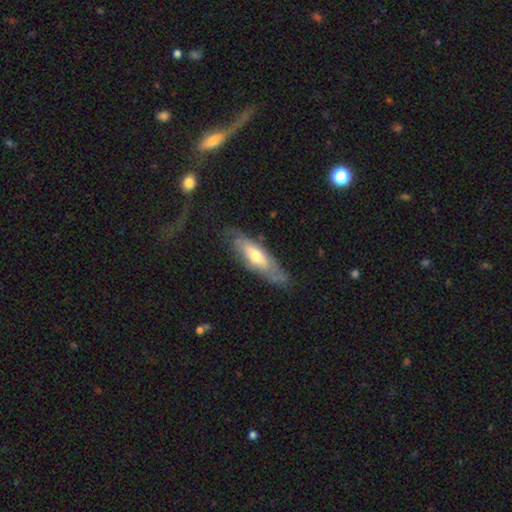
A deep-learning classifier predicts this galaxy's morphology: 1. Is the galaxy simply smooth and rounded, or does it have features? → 55% featured or disk, 40% smooth, 6% star or artifact.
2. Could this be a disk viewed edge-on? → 59% no, 41% yes.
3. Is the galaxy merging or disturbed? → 63% none, 24% minor disturbance, 11% major disturbance, 2% merger.